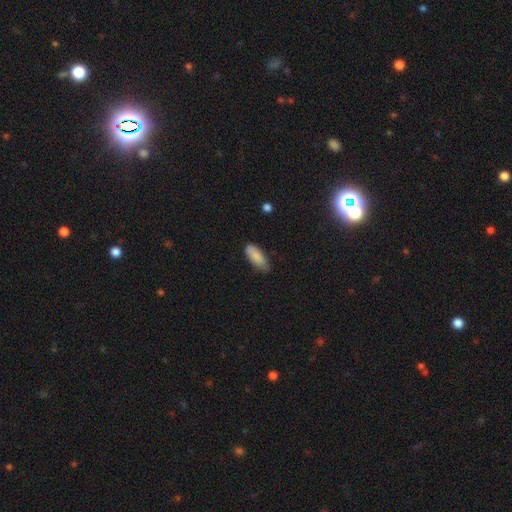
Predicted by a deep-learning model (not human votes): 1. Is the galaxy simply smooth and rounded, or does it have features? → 86% smooth, 8% featured or disk, 6% star or artifact.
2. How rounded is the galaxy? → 76% in between, 22% cigar-shaped, 2% round.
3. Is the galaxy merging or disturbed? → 70% none, 25% minor disturbance, 4% major disturbance, 1% merger.